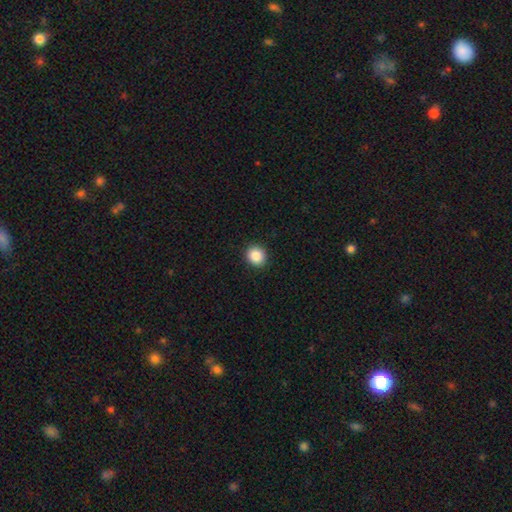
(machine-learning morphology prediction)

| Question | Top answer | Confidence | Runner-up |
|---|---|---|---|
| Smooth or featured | smooth | 87% | star or artifact (9%) |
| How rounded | round | 82% | in between (17%) |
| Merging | none | 91% | minor disturbance (6%) |